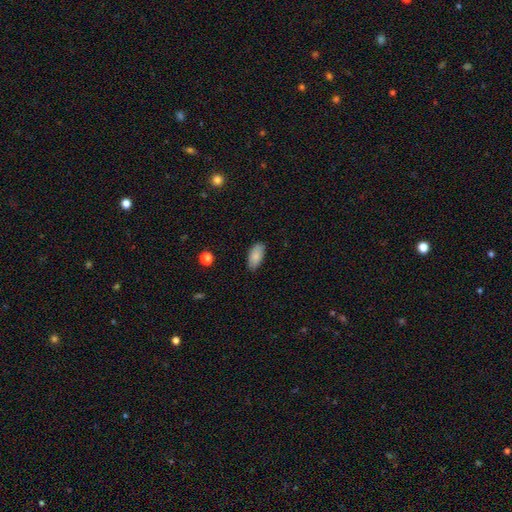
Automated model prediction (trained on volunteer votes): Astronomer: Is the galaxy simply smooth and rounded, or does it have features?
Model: smooth — 86%.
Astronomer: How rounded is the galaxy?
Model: in between — 91%.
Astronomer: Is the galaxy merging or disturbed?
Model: none — 84%.